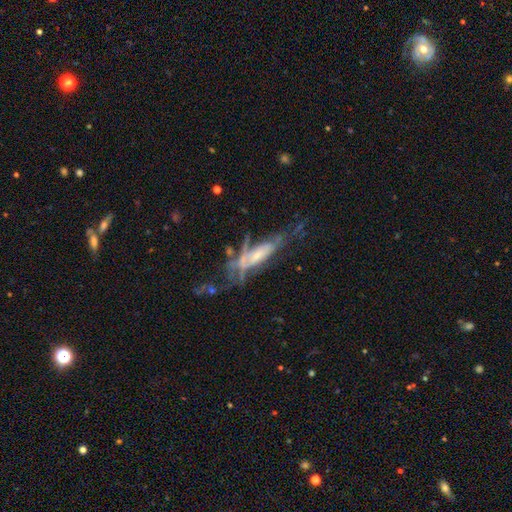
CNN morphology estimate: A featured or disk galaxy (66%).

Vote fractions:
- Smooth or featured? featured or disk: 66% / smooth: 25% / star or artifact: 9%
- Edge-on disk? no: 69% / yes: 31%
- Merging? major disturbance: 35% / none: 31% / minor disturbance: 21% / merger: 13%